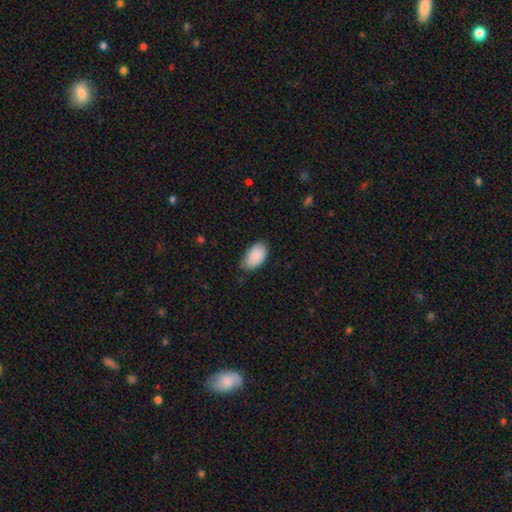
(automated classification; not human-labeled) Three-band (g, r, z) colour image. It shows a smooth galaxy with no disk features (90%) that is in between round and cigar-shaped (95%). Merging: none (70%).